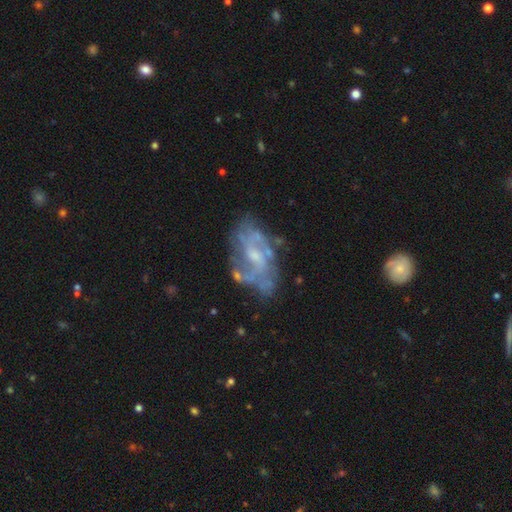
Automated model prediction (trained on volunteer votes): The model was most divided on "bar": no: 46%, weak: 44%, strong: 9%. Remaining: edge-on disk — no (96%); smooth or featured — featured or disk (79%); spiral arms — yes (77%); merging — none (59%); bulge size — small (49%); spiral winding — medium (43%); spiral arm count — can't tell (39%).